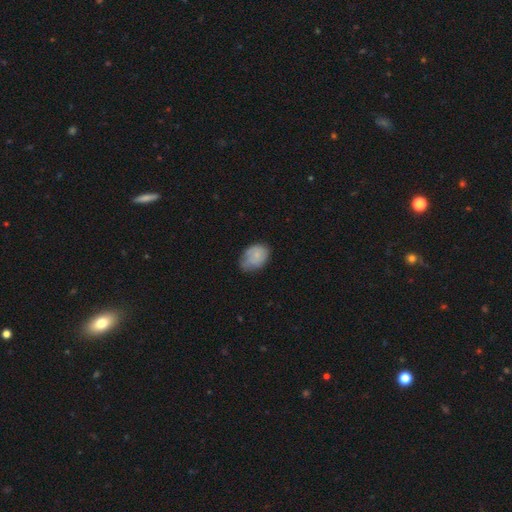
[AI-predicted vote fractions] A smooth galaxy with no disk features (73%) that is in between round and cigar-shaped (72%).

Vote fractions:
- Smooth or featured? smooth: 73% / featured or disk: 19% / star or artifact: 8%
- How rounded? in between: 72% / round: 27% / cigar-shaped: 1%
- Merging? none: 44% / minor disturbance: 41% / major disturbance: 12% / merger: 3%